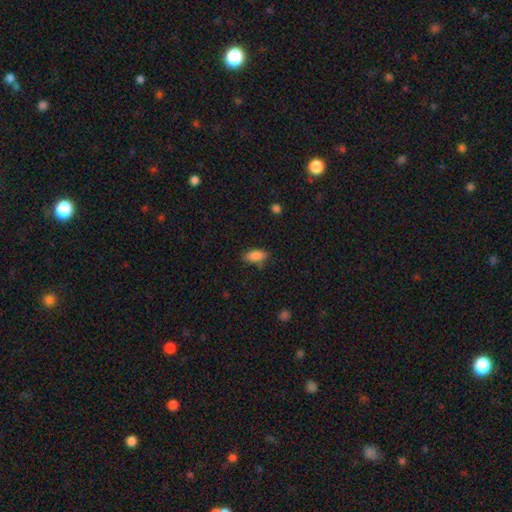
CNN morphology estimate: smooth-or-featured: smooth: 86% | star or artifact: 8% | featured or disk: 6%
  how-rounded: in between: 85% | cigar-shaped: 13% | round: 3%
  merging: none: 73% | minor disturbance: 20% | major disturbance: 4% | merger: 3%